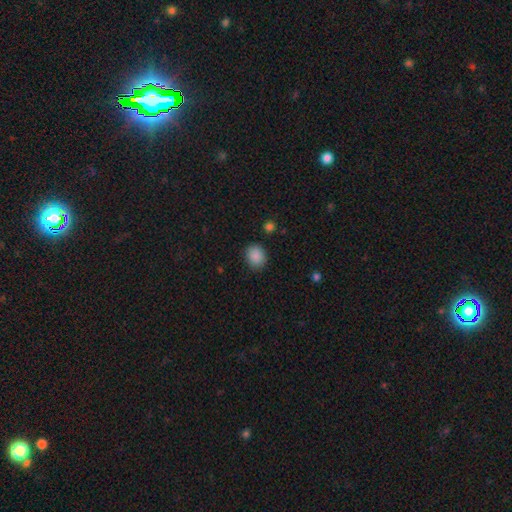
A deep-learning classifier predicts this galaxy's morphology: A smooth galaxy with no disk features (88%) that is round (58%). Merging: none (85%).